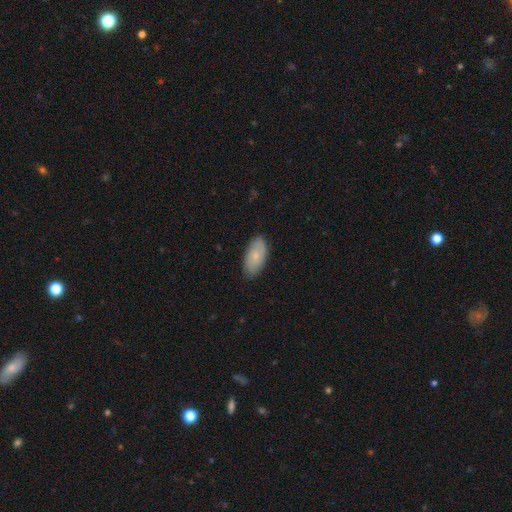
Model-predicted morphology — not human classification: The model was most divided on "smooth or featured": smooth: 56%, featured or disk: 37%, star or artifact: 7%. More confident: how rounded — in between (93%); merging — none (84%).